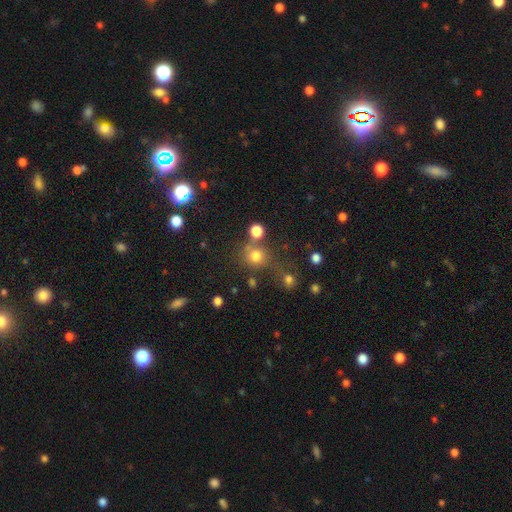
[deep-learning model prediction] Morphology: type=smooth (75%); roundness=round (87%); merging=none (63%).